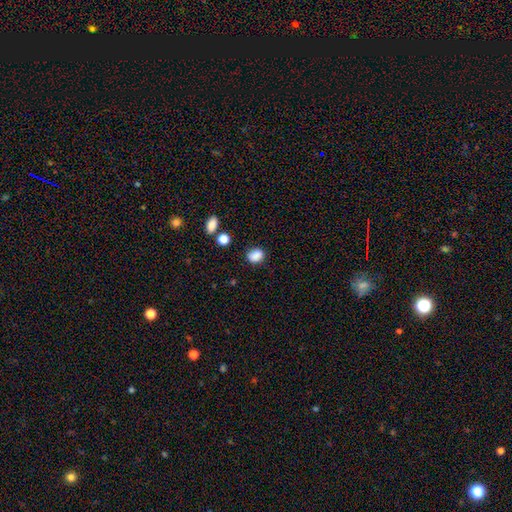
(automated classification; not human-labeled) Smooth or featured: smooth — 86% (star or artifact — 10%)
How rounded: round — 50% (in between — 49%)
Merging: none — 80% (minor disturbance — 14%)